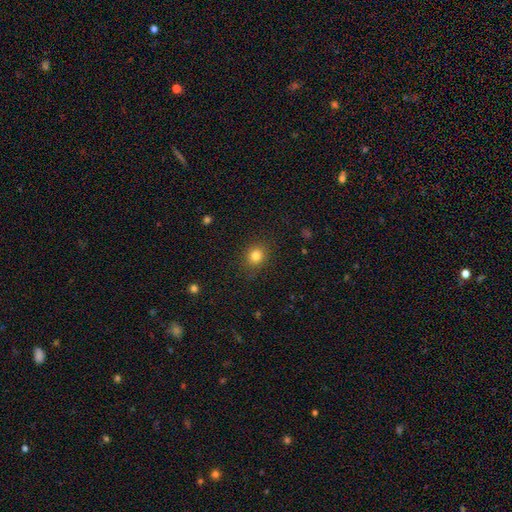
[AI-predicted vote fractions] Morphology: type=smooth (81%); roundness=round (71%); merging=none (86%).